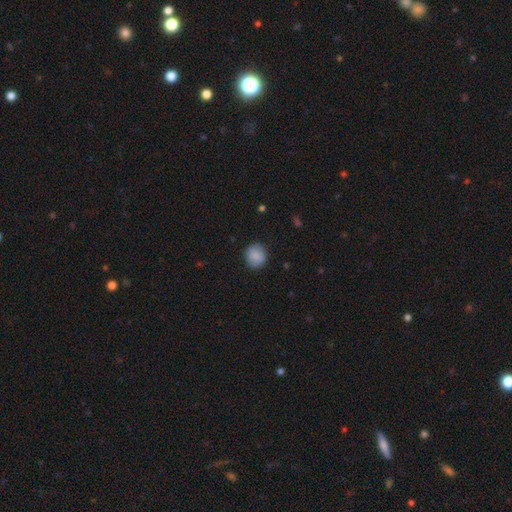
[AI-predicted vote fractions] This is clearly a smooth galaxy (86%). How rounded: likely round (78%). Merging: clearly none (87%).